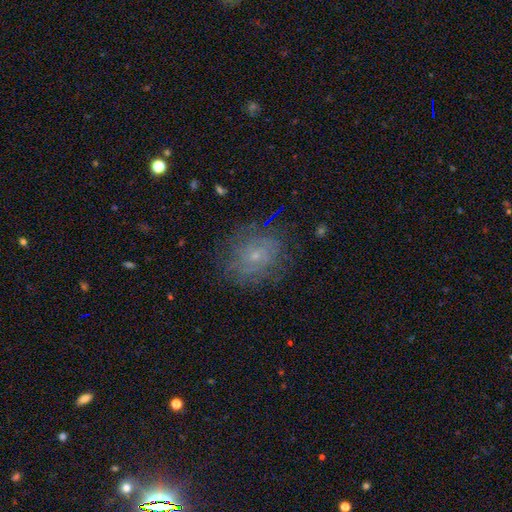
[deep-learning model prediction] smooth_or_featured: featured or disk (p=0.47) [alt: smooth p=0.38]
merging: none (p=0.73) [alt: minor disturbance p=0.16]